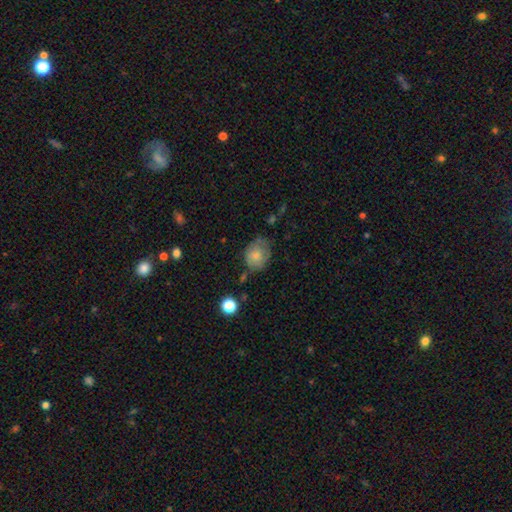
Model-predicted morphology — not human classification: A smooth galaxy with no disk features (75%) that is in between round and cigar-shaped (51%). Merging: none (52%).